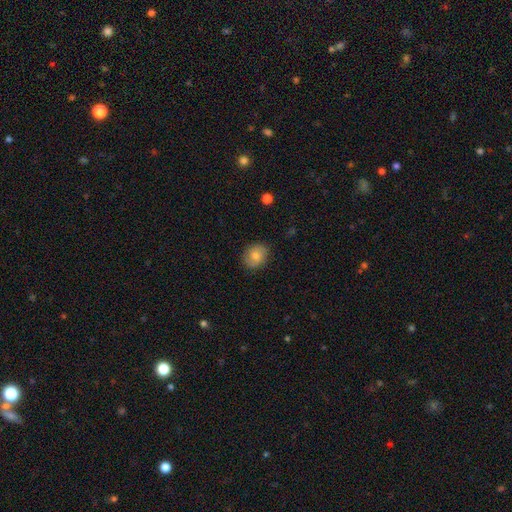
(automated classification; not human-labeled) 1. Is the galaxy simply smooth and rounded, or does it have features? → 69% smooth, 22% featured or disk, 9% star or artifact.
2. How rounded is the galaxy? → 57% round, 42% in between, 1% cigar-shaped.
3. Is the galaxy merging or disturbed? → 83% none, 13% minor disturbance, 3% major disturbance, 1% merger.